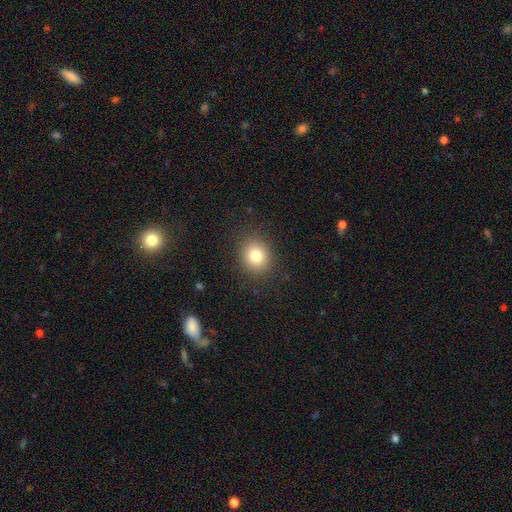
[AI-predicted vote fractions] Q: Smooth or featured?
A: smooth (81%); runner-up: star or artifact (11%)
Q: How rounded?
A: round (71%); runner-up: in between (28%)
Q: Merging?
A: none (88%); runner-up: minor disturbance (8%)